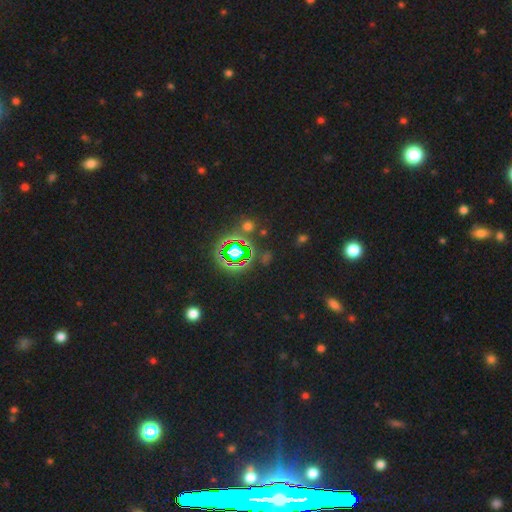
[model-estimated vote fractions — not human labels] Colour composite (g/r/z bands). It shows a star or artifact, not a galaxy (78%).